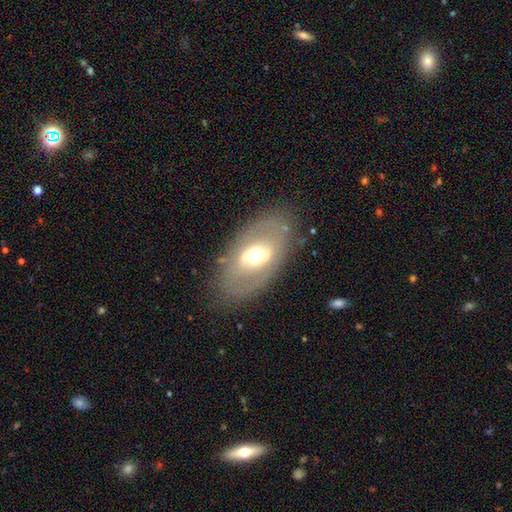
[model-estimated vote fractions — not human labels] This appears to be a featured or disk galaxy (56%). Merging: none (78%).